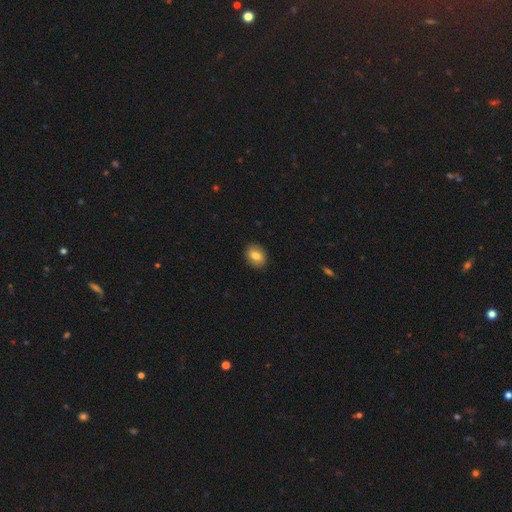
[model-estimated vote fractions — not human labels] Overall: smooth (78%). How rounded: in between (55%; round 43%). Merging: none (90%).